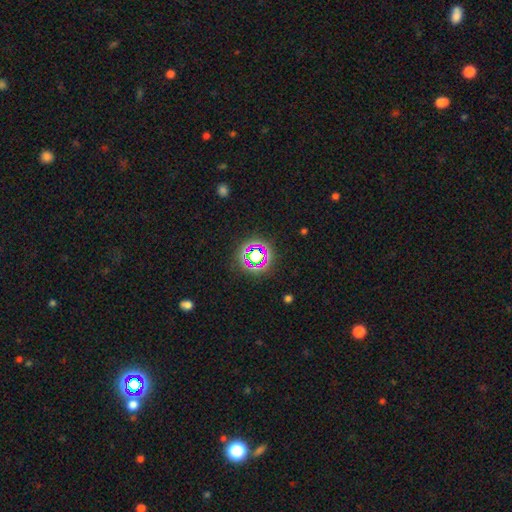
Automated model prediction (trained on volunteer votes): The model was most divided on "smooth or featured": star or artifact: 59%, smooth: 28%, featured or disk: 12%.